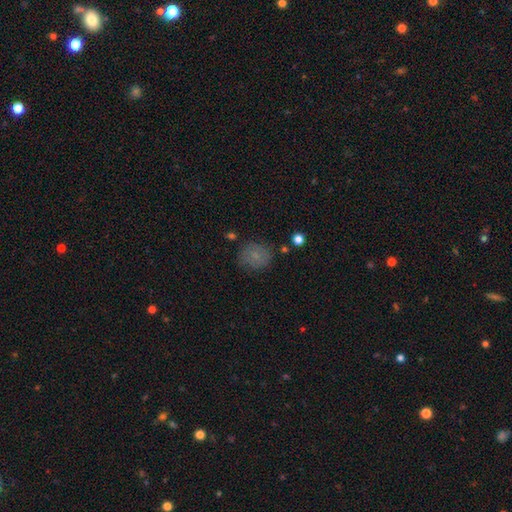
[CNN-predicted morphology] Smooth or featured: smooth — 71% (featured or disk — 16%)
How rounded: round — 72% (in between — 26%)
Merging: none — 75% (minor disturbance — 17%)